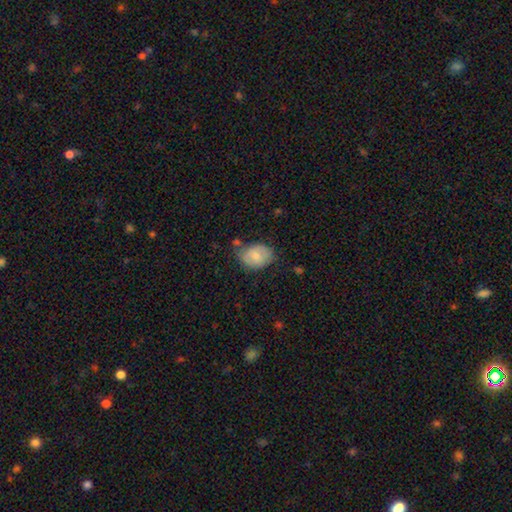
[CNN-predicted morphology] This is likely a smooth galaxy (71%). How rounded: likely in between (69%). Merging: possibly none (58%).